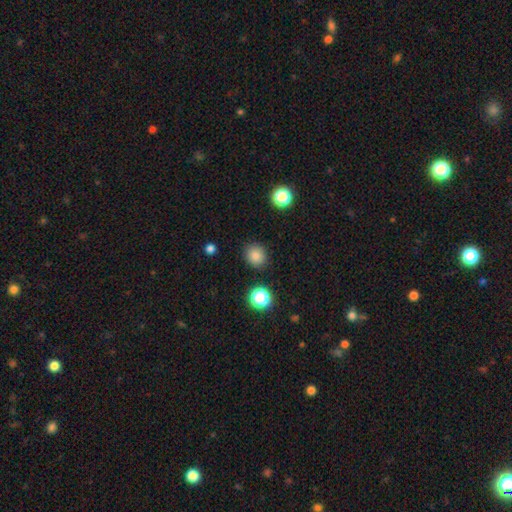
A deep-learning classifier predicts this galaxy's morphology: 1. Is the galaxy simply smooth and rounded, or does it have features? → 84% smooth, 12% star or artifact, 4% featured or disk.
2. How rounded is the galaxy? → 82% round, 17% in between, 1% cigar-shaped.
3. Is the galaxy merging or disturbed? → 88% none, 8% minor disturbance, 3% major disturbance, 2% merger.